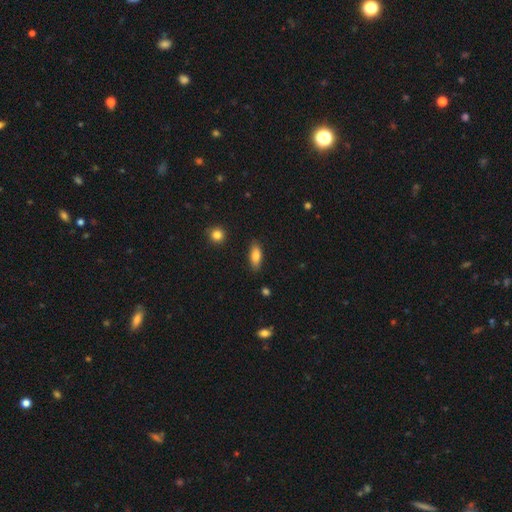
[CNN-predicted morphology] Smooth or featured?
  - smooth: 80% *
  - featured or disk: 12%
  - star or artifact: 7%
How rounded?
  - in between: 77% *
  - cigar-shaped: 20%
  - round: 3%
Merging?
  - none: 84% *
  - minor disturbance: 12%
  - major disturbance: 3%
  - merger: 2%